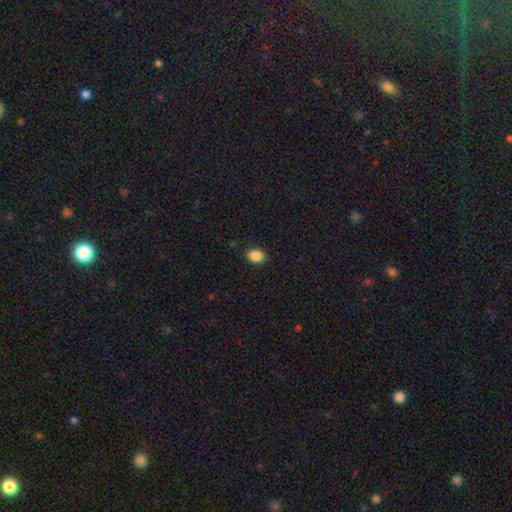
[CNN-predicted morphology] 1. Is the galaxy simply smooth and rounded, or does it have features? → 88% smooth, 9% star or artifact, 3% featured or disk.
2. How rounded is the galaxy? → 72% in between, 27% round, 1% cigar-shaped.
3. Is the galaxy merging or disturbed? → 89% none, 8% minor disturbance, 2% major disturbance, 1% merger.